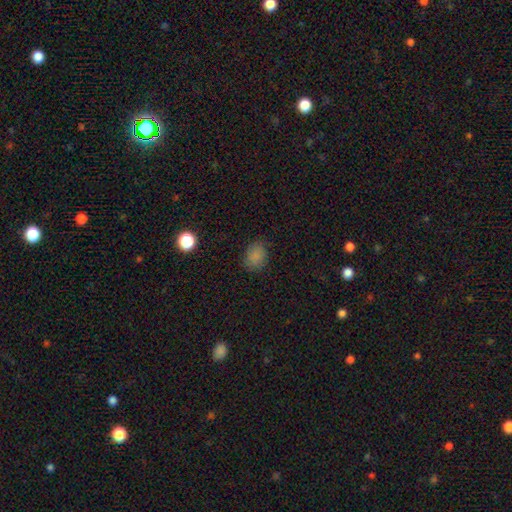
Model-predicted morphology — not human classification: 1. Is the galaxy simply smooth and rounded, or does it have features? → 82% smooth, 13% star or artifact, 5% featured or disk.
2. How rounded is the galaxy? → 60% in between, 39% round, 1% cigar-shaped.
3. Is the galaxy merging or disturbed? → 80% none, 15% minor disturbance, 4% major disturbance, 1% merger.